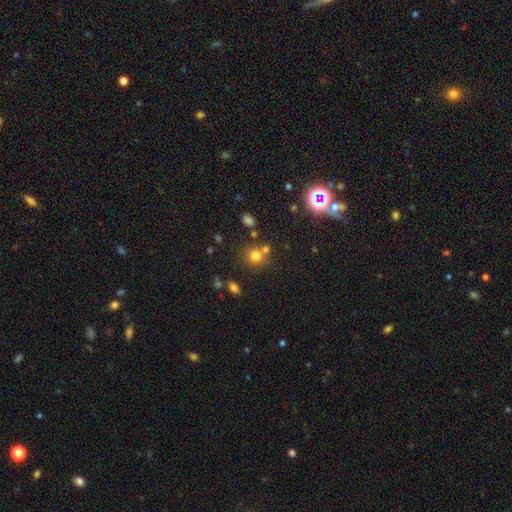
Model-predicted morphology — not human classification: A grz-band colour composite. It shows a smooth galaxy with no disk features (73%) that is round (86%). Merging: none (61%).